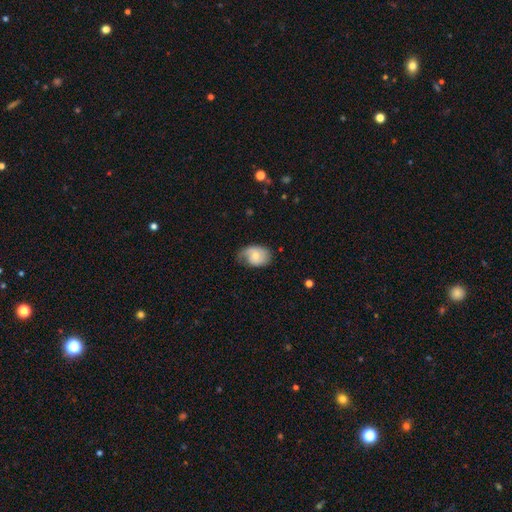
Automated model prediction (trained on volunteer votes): Overall: featured or disk (52%; smooth 42%). Edge-on disk: no (96%). Merging: none (51%; minor disturbance 33%).